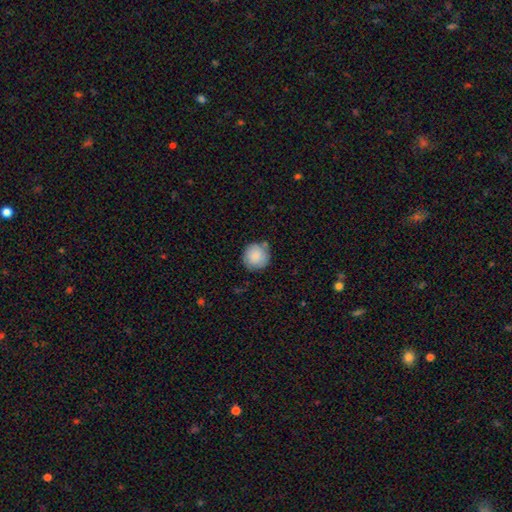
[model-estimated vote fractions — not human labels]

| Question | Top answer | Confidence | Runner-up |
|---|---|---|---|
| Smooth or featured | smooth | 85% | featured or disk (8%) |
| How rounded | round | 94% | in between (5%) |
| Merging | none | 75% | minor disturbance (17%) |